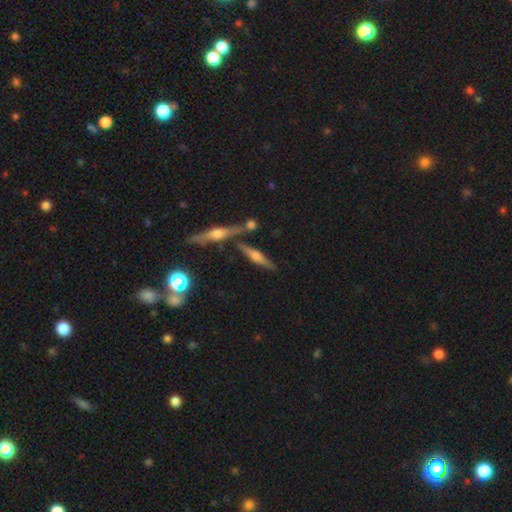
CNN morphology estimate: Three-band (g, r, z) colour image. It shows a featured or disk galaxy (61%) viewed edge-on (94%) with a rounded central bulge (84%). Merging: none (68%).